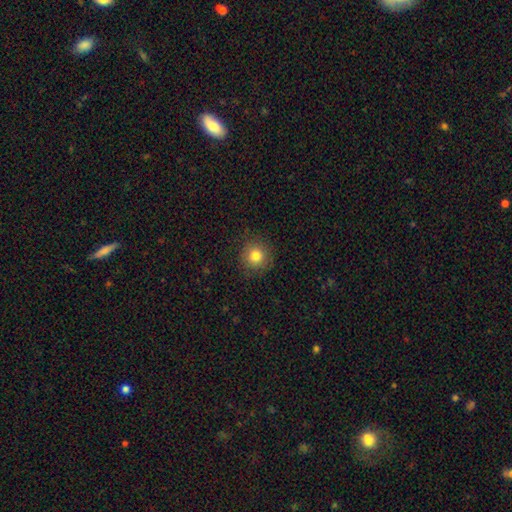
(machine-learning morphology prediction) A smooth galaxy with no disk features (82%) that is round (94%). Merging: none (90%).